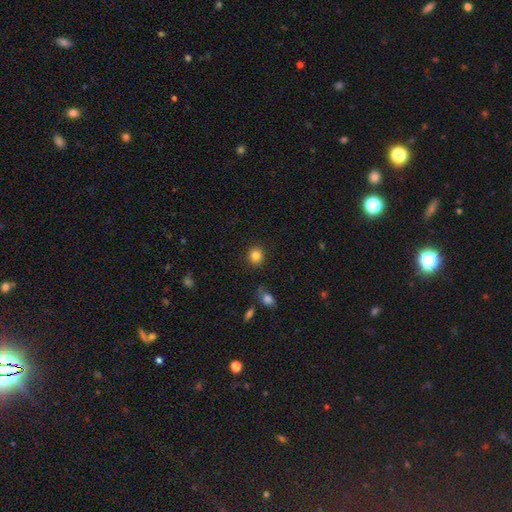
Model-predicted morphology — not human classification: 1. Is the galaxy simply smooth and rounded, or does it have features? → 84% smooth, 11% star or artifact, 5% featured or disk.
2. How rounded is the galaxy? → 89% round, 10% in between, 1% cigar-shaped.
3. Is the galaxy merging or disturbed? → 89% none, 7% minor disturbance, 3% major disturbance, 2% merger.